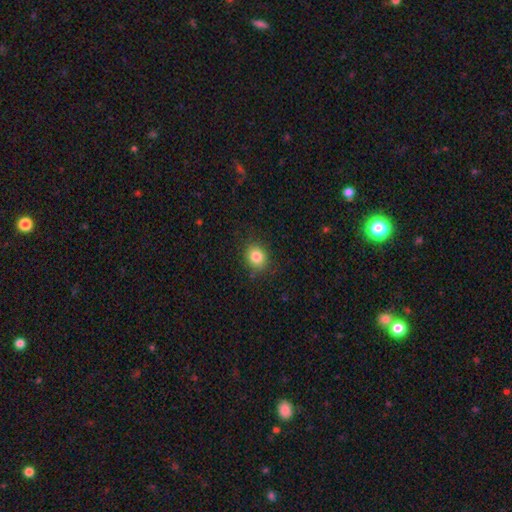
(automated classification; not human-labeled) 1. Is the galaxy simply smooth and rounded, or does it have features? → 84% smooth, 11% star or artifact, 6% featured or disk.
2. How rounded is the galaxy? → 69% round, 30% in between, 1% cigar-shaped.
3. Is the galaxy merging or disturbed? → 85% none, 11% minor disturbance, 3% major disturbance, 1% merger.